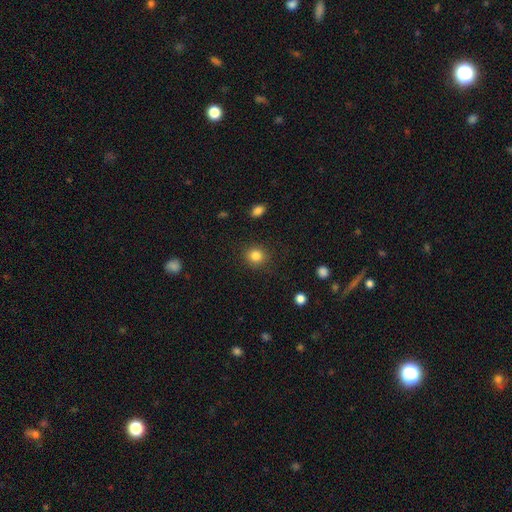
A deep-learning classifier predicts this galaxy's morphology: type=smooth (84%); roundness=round (87%); merging=none (88%).